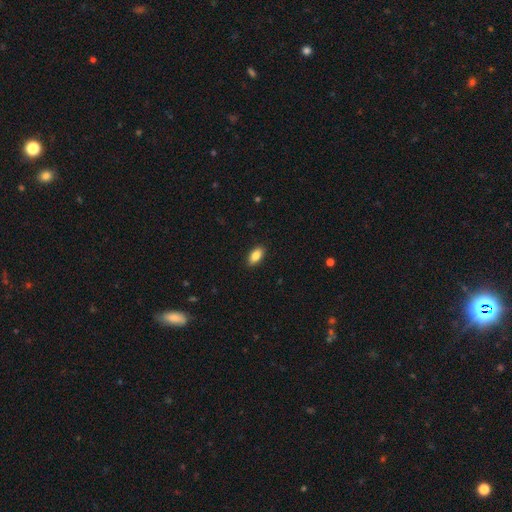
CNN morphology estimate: Smooth or featured? Predicted: smooth (p=0.87). How rounded? Predicted: in between (p=0.91). Merging? Predicted: none (p=0.90).